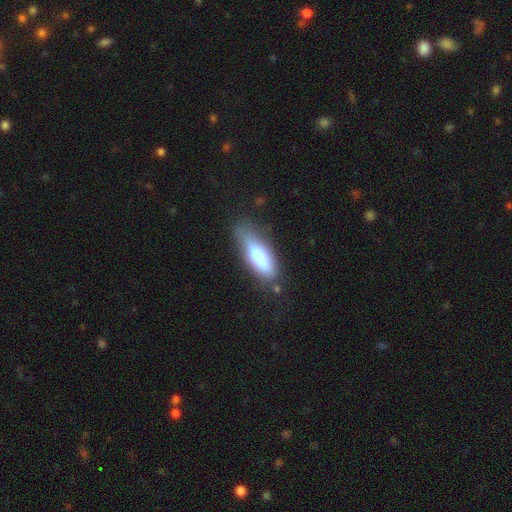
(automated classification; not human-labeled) smooth_or_featured: smooth (p=0.74) [alt: featured or disk p=0.19]
how_rounded: in between (p=0.58) [alt: cigar-shaped p=0.40]
merging: none (p=0.57) [alt: minor disturbance p=0.28]